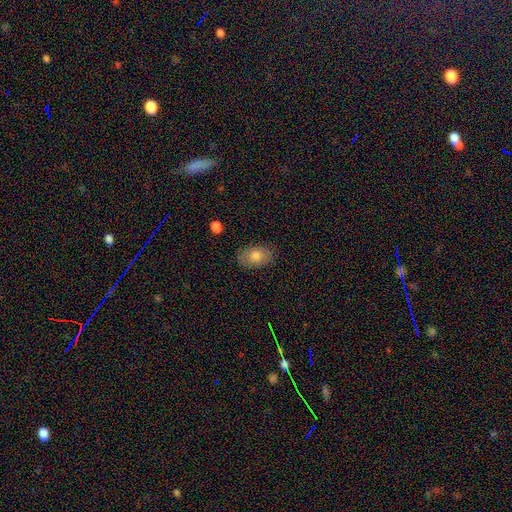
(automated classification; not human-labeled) This appears to be a smooth galaxy with no disk features (76%) that is in between round and cigar-shaped (85%). Merging: none (83%).